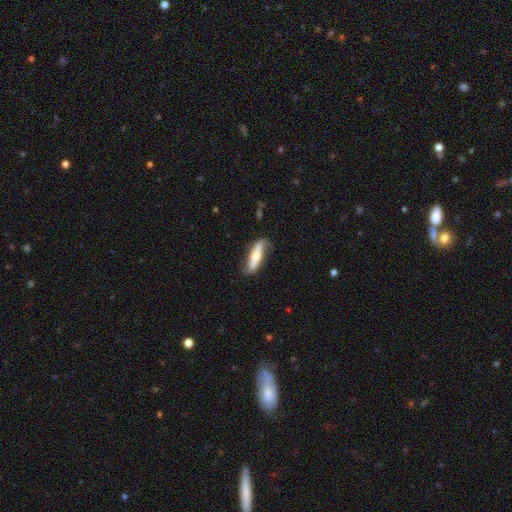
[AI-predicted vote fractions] A featured or disk galaxy (49%).

Vote fractions:
- Smooth or featured? featured or disk: 49% / smooth: 45% / star or artifact: 5%
- Merging? none: 73% / minor disturbance: 20% / major disturbance: 6% / merger: 2%